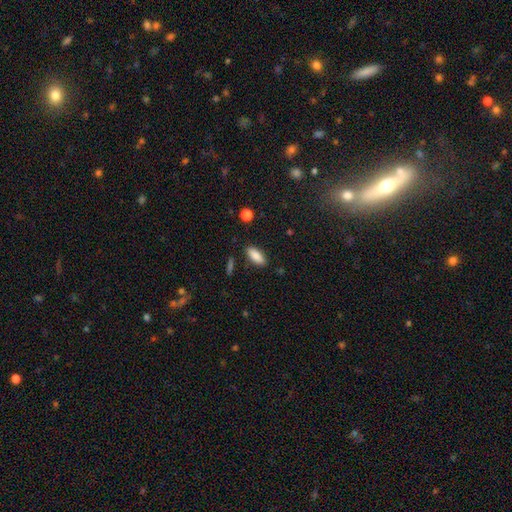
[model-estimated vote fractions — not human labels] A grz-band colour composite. It shows a smooth galaxy with no disk features (85%) that is in between round and cigar-shaped (80%). Merging: none (86%).